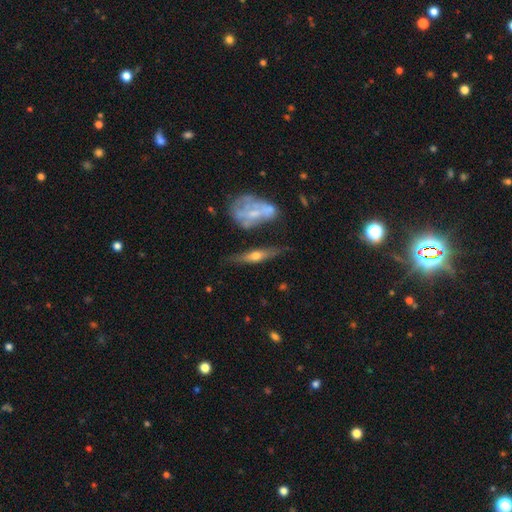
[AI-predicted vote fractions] featured or disk 58%, smooth 35%, star or artifact 7%. Down the decision tree: edge-on disk — yes (85%); merging — none (67%).